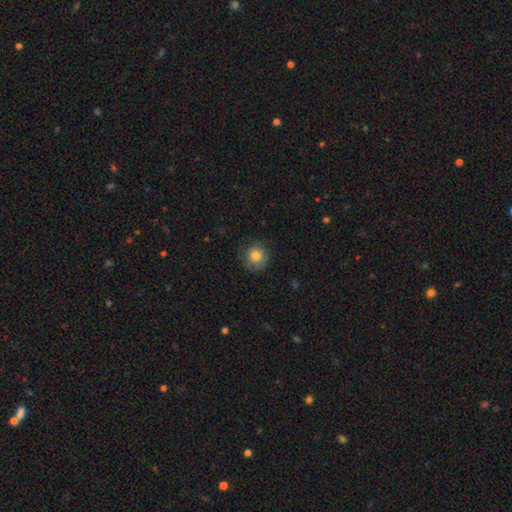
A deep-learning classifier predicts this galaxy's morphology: type=smooth (81%); roundness=round (91%); merging=none (77%).